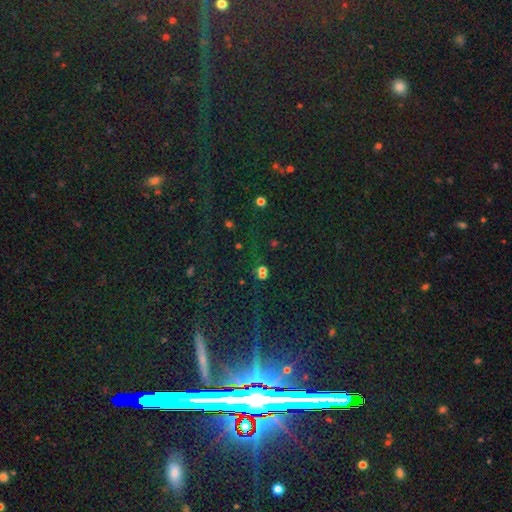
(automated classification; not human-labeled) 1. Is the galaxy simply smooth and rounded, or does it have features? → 85% star or artifact, 8% smooth, 7% featured or disk.